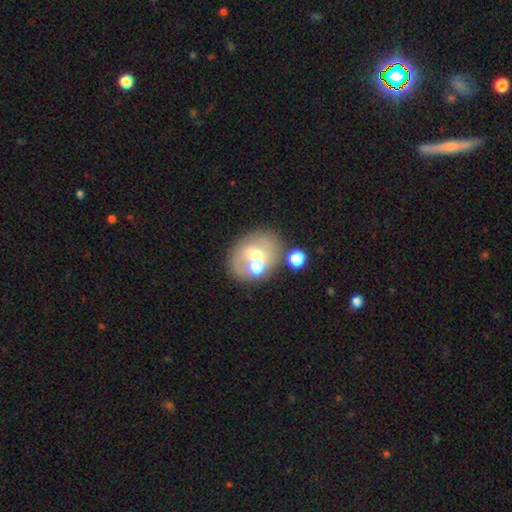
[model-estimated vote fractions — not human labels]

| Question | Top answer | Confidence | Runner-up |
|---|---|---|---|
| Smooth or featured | smooth | 44% | featured or disk (43%) |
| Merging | none | 57% | merger (24%) |